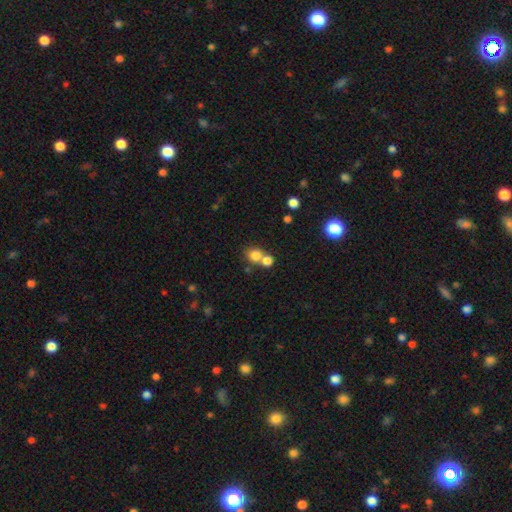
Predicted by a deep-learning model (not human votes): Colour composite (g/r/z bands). It shows a smooth galaxy with no disk features (79%) that is round (78%). Merging: merger (46%).